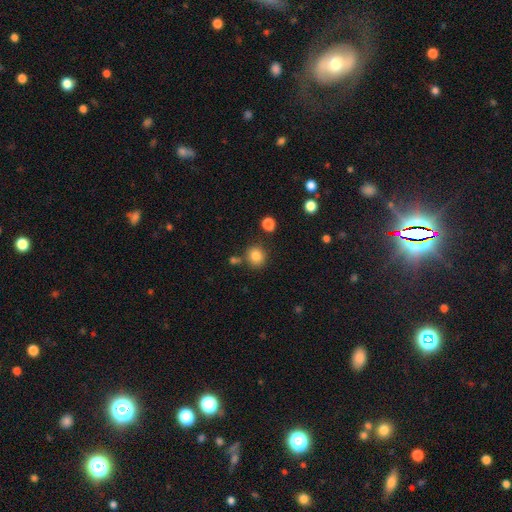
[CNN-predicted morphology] This appears to be a smooth galaxy with no disk features (84%) that is round (85%). Merging: none (79%).